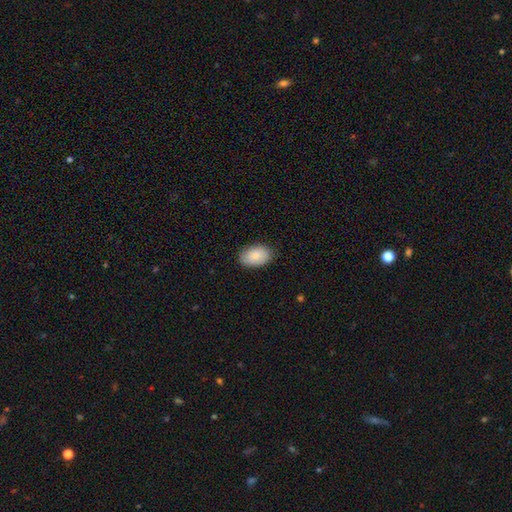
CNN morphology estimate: Smooth or featured? Predicted: smooth (p=0.85). How rounded? Predicted: in between (p=0.91). Merging? Predicted: none (p=0.84).